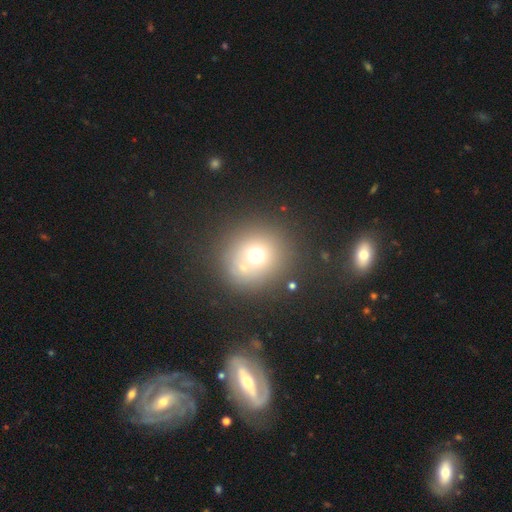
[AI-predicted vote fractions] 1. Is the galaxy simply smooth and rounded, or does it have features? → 64% smooth, 21% star or artifact, 15% featured or disk.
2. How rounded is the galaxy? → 87% round, 12% in between, 1% cigar-shaped.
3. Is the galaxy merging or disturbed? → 72% none, 13% merger, 10% minor disturbance, 6% major disturbance.